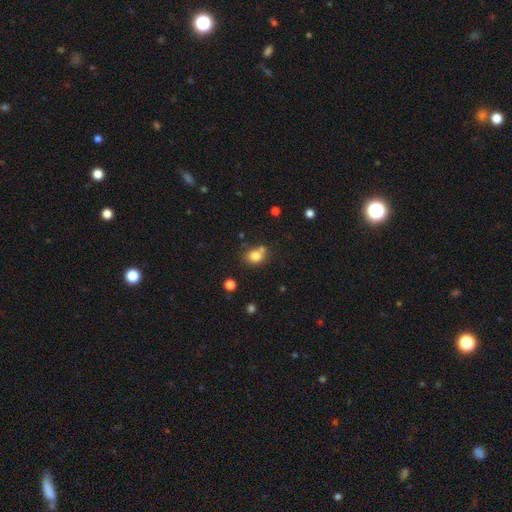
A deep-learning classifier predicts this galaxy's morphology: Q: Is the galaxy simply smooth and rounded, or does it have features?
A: smooth — 80%.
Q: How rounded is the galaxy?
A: round — 59%.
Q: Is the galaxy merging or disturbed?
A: none — 56%.